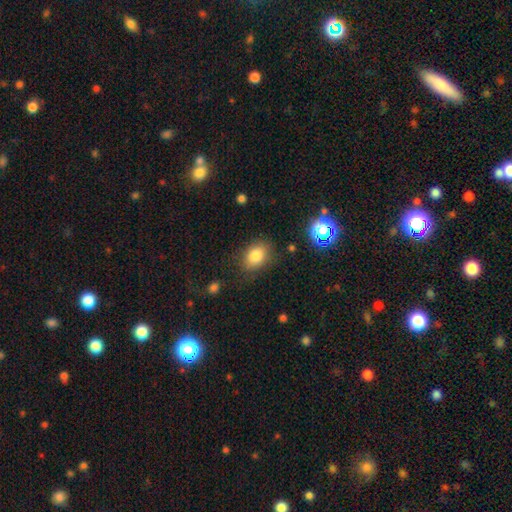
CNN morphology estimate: smooth 82%, star or artifact 11%, featured or disk 8%. Down the decision tree: how rounded — in between (70%); merging — none (80%).